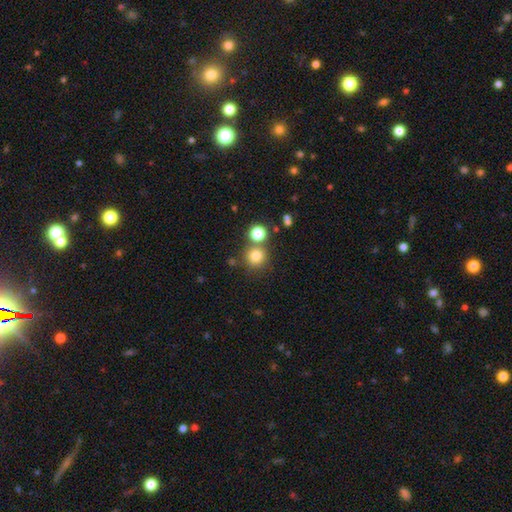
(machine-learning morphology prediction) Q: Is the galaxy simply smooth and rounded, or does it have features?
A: smooth — 79%.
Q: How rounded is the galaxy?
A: round — 93%.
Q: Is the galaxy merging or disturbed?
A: none — 71%.